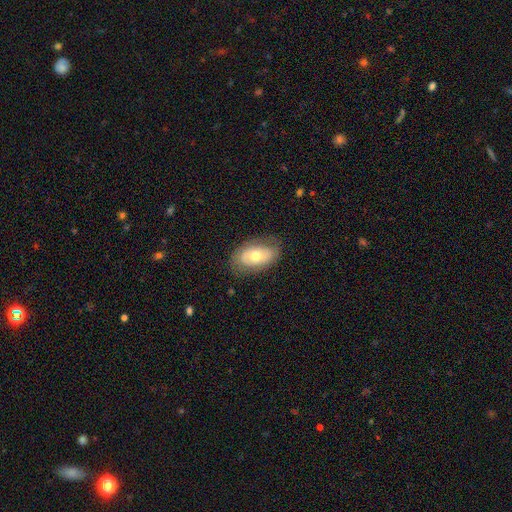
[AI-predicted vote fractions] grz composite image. It shows a smooth galaxy with no disk features (50%) that is in between round and cigar-shaped (87%). Merging: none (75%).